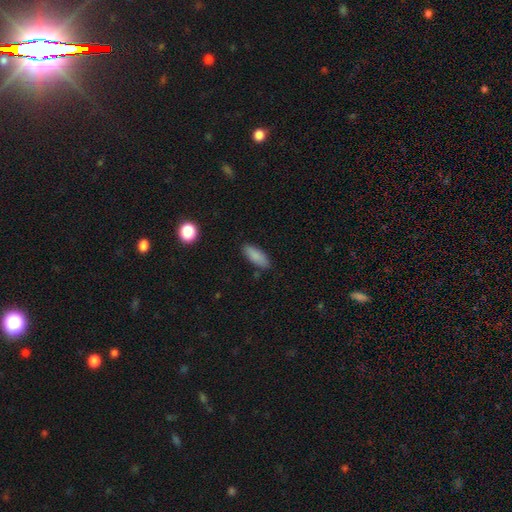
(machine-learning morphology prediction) type=smooth (85%); roundness=in between (69%); merging=none (84%).